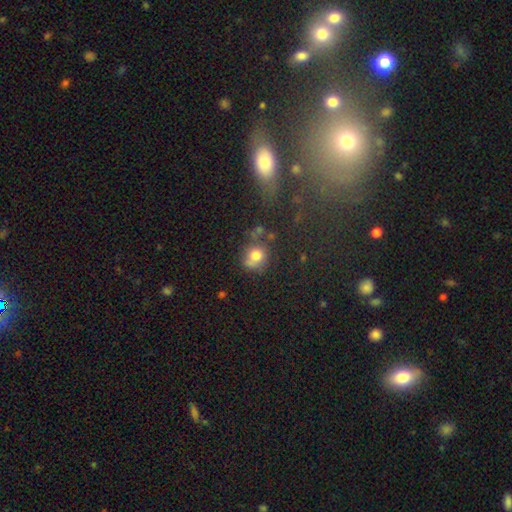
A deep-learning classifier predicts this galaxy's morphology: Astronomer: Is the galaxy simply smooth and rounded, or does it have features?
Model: smooth — 74%.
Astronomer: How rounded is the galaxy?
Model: round — 78%.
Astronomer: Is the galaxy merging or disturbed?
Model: none — 56%.